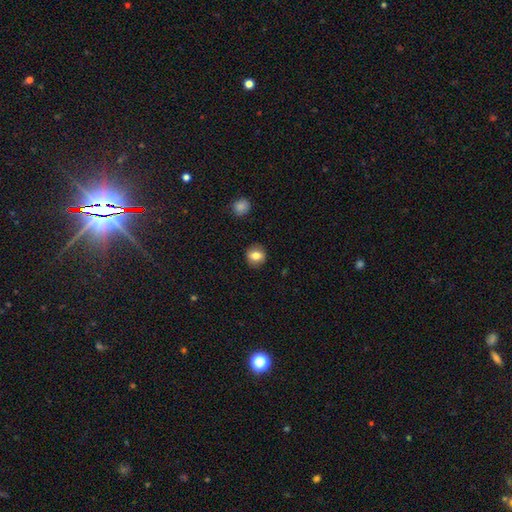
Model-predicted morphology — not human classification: The model was most divided on "how rounded": round: 80%, in between: 19%, cigar-shaped: 1%. More confident: merging — none (89%); smooth or featured — smooth (80%).